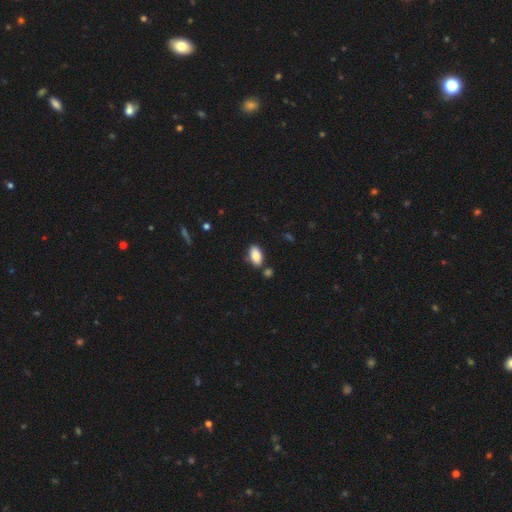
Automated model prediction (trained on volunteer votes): Overall: smooth (86%). How rounded: in between (92%). Merging: none (77%).